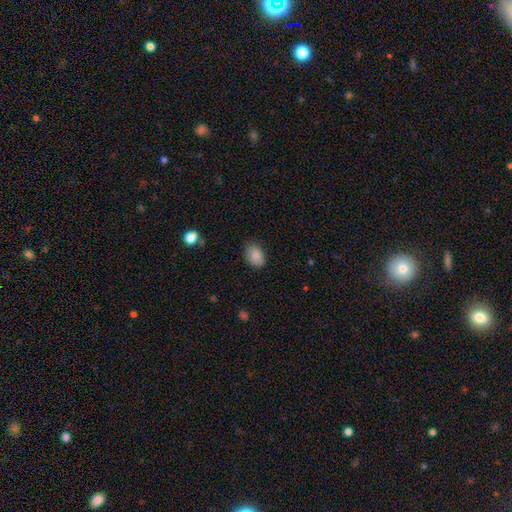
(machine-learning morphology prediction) Q: Smooth or featured?
A: smooth (88%); runner-up: star or artifact (8%)
Q: How rounded?
A: in between (81%); runner-up: round (18%)
Q: Merging?
A: none (79%); runner-up: minor disturbance (16%)